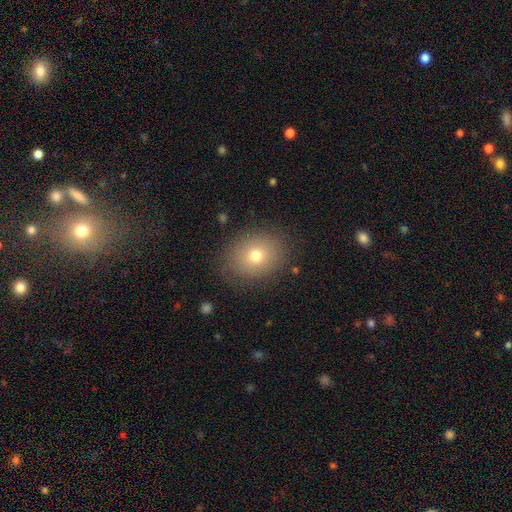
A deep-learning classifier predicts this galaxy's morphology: Smooth or featured? smooth (72%)
How rounded? round (55%)
Merging? none (83%)